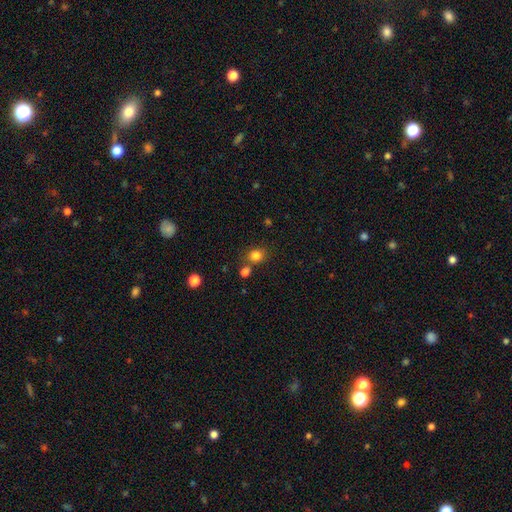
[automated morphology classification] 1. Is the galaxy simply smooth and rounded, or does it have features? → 82% smooth, 13% star or artifact, 5% featured or disk.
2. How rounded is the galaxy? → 72% round, 27% in between, 1% cigar-shaped.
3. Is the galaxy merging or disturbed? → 68% none, 17% merger, 11% minor disturbance, 4% major disturbance.